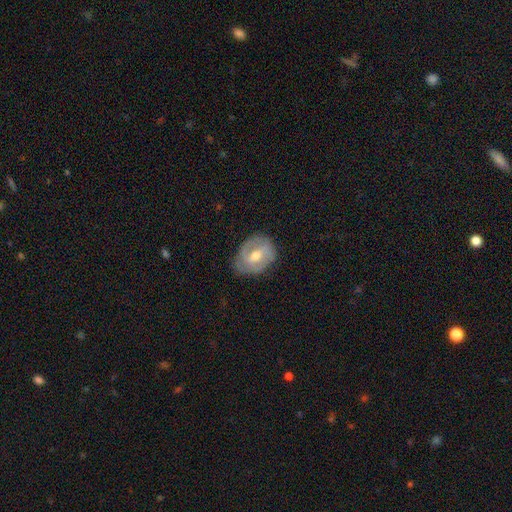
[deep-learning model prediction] smooth_or_featured: featured or disk (p=0.69) [alt: smooth p=0.25]
disk_edge_on: no (p=0.96) [alt: yes p=0.04]
bar: weak (p=0.51) [alt: no p=0.27]
has_spiral_arms: yes (p=0.82) [alt: no p=0.18]
spiral_winding: tight (p=0.42) [alt: medium p=0.41]
spiral_arm_count: 2 (p=0.62) [alt: can't tell p=0.20]
bulge_size: moderate (p=0.71) [alt: small p=0.22]
merging: none (p=0.72) [alt: minor disturbance p=0.20]